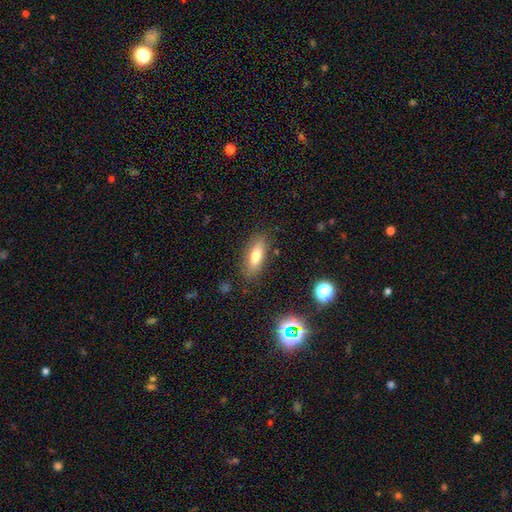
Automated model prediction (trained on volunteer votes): Smooth or featured? Predicted: smooth (p=0.75). How rounded? Predicted: in between (p=0.67). Merging? Predicted: none (p=0.84).